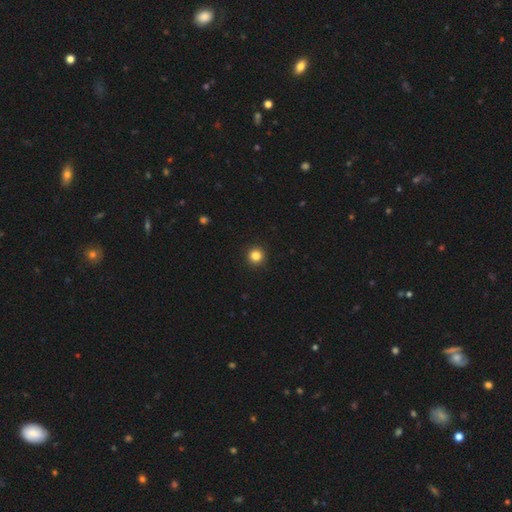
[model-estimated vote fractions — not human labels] Overall: smooth (84%). How rounded: round (96%). Merging: none (93%).